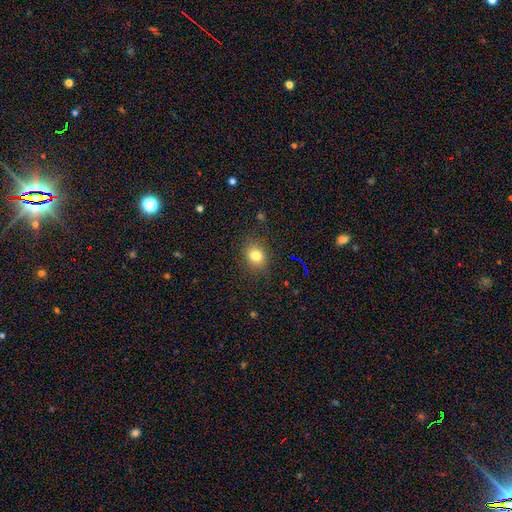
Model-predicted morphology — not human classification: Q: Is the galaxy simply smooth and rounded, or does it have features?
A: smooth — 79%.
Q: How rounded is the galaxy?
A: round — 64%.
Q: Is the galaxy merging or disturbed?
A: none — 86%.